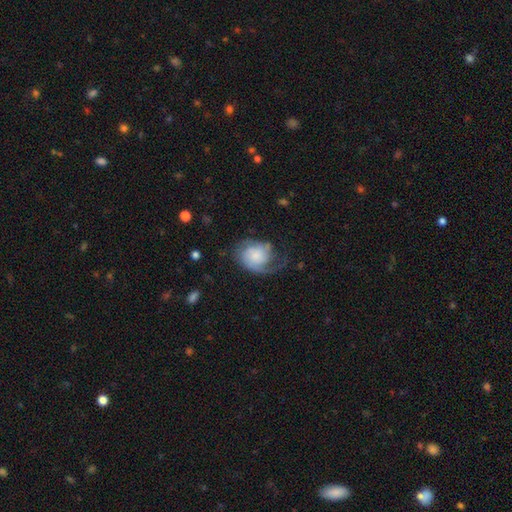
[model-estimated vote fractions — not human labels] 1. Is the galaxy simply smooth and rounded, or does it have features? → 69% featured or disk, 24% smooth, 7% star or artifact.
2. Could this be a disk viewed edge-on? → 98% no, 2% yes.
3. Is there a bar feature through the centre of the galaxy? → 74% no, 23% weak, 3% strong.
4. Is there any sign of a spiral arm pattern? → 93% yes, 7% no.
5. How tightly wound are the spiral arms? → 40% medium, 31% tight, 29% loose.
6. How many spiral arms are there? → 44% 2, 32% 1, 12% can't tell, 7% 3, 2% 4, 2% more than 4.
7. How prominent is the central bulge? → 32% small, 23% moderate, 21% none, 19% large, 6% dominant.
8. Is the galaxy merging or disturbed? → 43% none, 31% major disturbance, 24% minor disturbance, 2% merger.